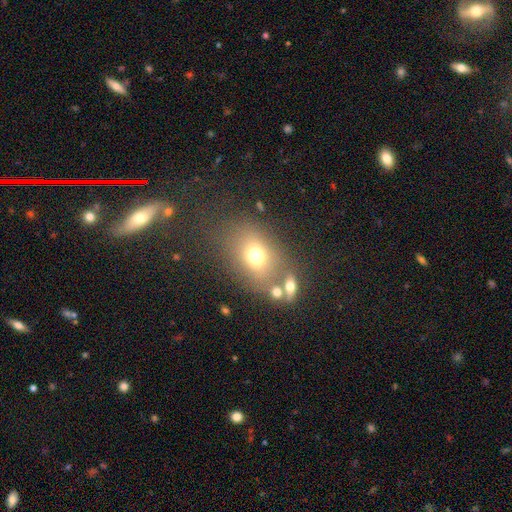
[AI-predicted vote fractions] Q: Smooth or featured?
A: smooth (69%); runner-up: featured or disk (16%)
Q: How rounded?
A: in between (61%); runner-up: round (37%)
Q: Merging?
A: none (57%); runner-up: merger (18%)